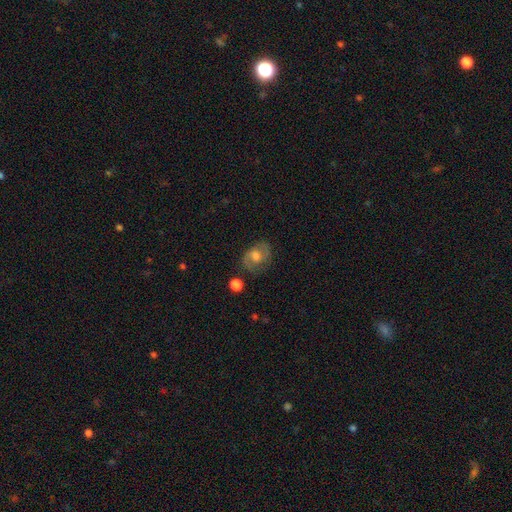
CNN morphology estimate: Smooth or featured? Predicted: featured or disk (p=0.59). Edge-on disk? Predicted: no (p=0.97). Bar? Predicted: no (p=0.48). Spiral arms? Predicted: yes (p=0.82). Bulge size? Predicted: moderate (p=0.53). Merging? Predicted: none (p=0.70).